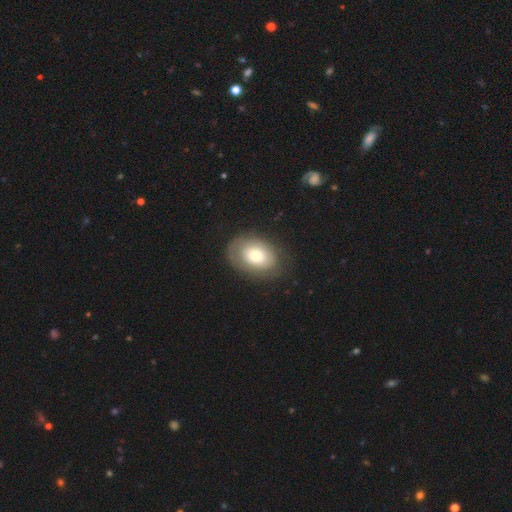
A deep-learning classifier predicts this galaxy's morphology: This appears to be a smooth galaxy with no disk features (62%) that is in between round and cigar-shaped (74%). Merging: none (75%).